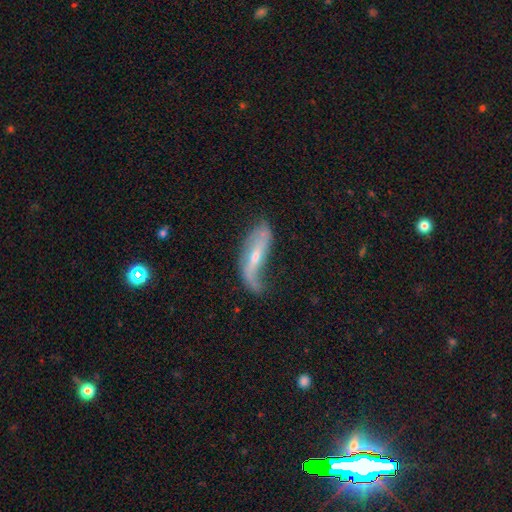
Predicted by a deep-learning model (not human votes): This appears to be a featured or disk galaxy (67%) with a strong bar (34%, tied with weak), spiral arms (76%) and a small central bulge (57%). Merging: none (35%).